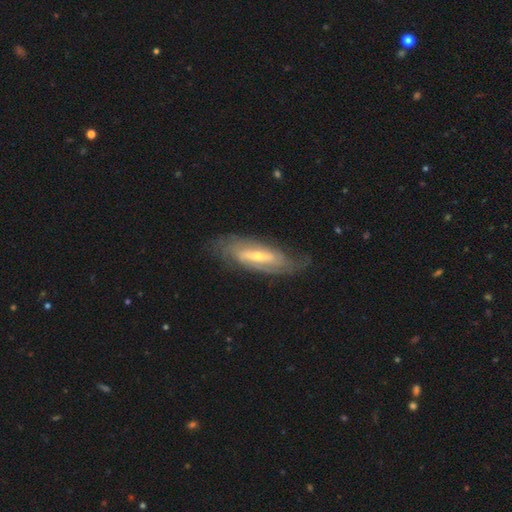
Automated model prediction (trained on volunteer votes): Q: Smooth or featured?
A: featured or disk (80%); runner-up: smooth (15%)
Q: Edge-on disk?
A: no (82%); runner-up: yes (18%)
Q: Bar?
A: weak (38%); runner-up: strong (36%)
Q: Spiral arms?
A: yes (88%); runner-up: no (12%)
Q: Spiral winding?
A: tight (46%); runner-up: medium (36%)
Q: Spiral arm count?
A: 2 (55%); runner-up: can't tell (31%)
Q: Bulge size?
A: small (55%); runner-up: moderate (40%)
Q: Merging?
A: none (74%); runner-up: minor disturbance (17%)